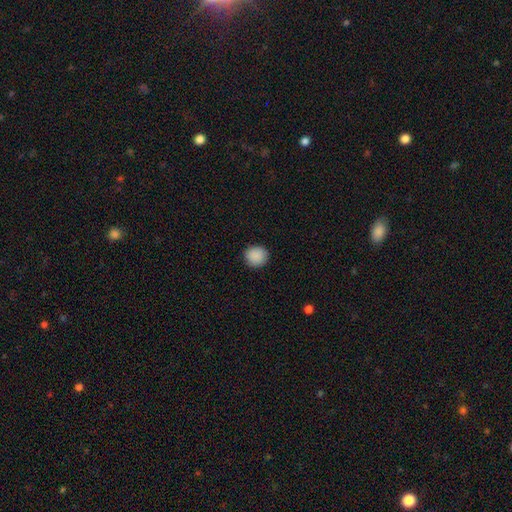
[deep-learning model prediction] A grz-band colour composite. It shows a smooth galaxy with no disk features (90%) that is round (87%). Merging: none (89%).